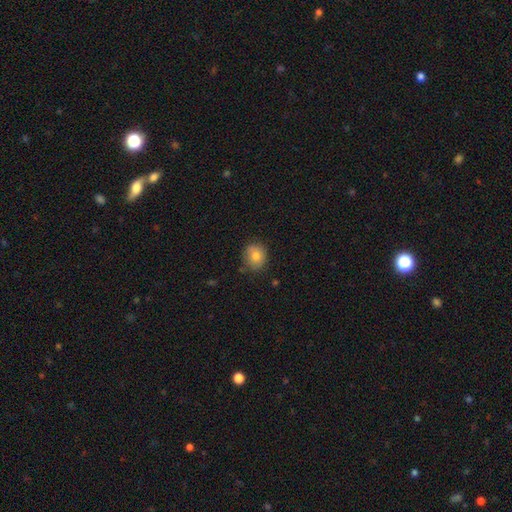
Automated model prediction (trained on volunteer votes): smooth_or_featured: smooth (p=0.80) [alt: featured or disk p=0.11]
how_rounded: round (p=0.72) [alt: in between p=0.27]
merging: none (p=0.78) [alt: minor disturbance p=0.17]